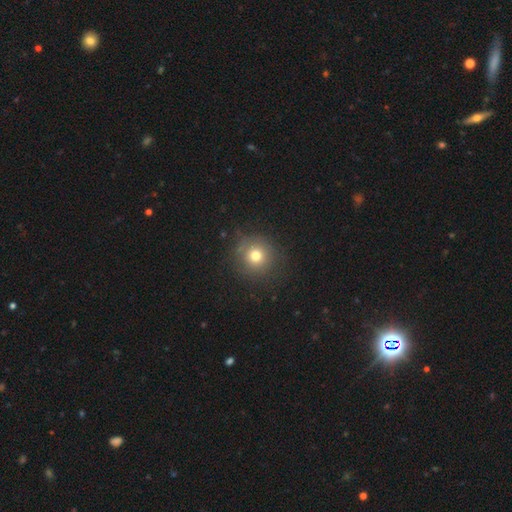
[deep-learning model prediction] Smooth or featured? smooth (75%)
How rounded? round (93%)
Merging? none (82%)